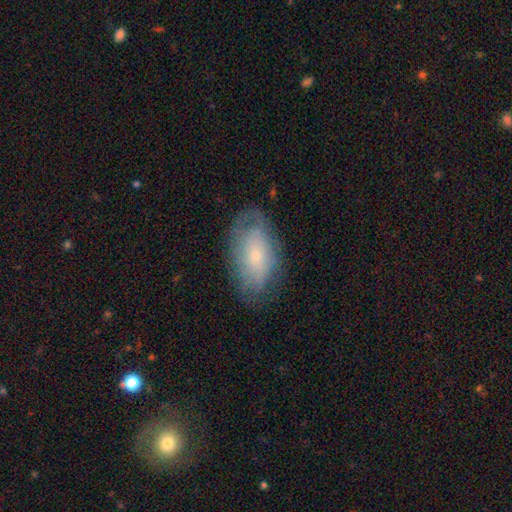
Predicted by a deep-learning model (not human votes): This is possibly a smooth galaxy (52%). How rounded: clearly in between (92%). Merging: likely none (68%).